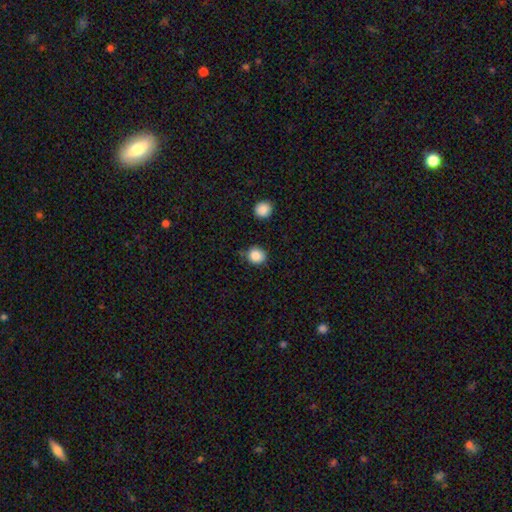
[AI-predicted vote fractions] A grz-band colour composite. It shows a smooth galaxy with no disk features (87%) that is round (80%). Merging: none (78%).